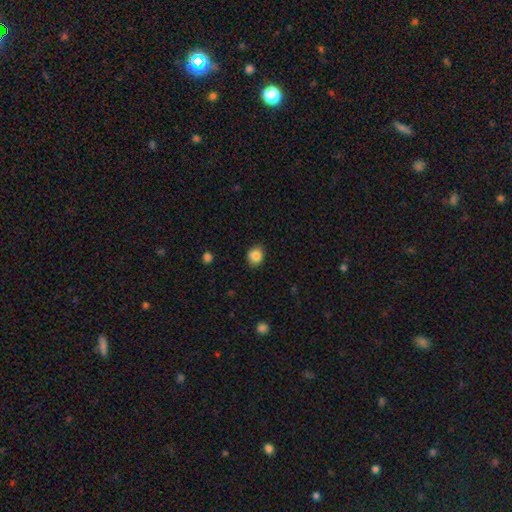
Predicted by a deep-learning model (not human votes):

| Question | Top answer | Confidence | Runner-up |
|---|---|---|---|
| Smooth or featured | smooth | 85% | star or artifact (10%) |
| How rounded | round | 70% | in between (29%) |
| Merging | none | 85% | minor disturbance (12%) |